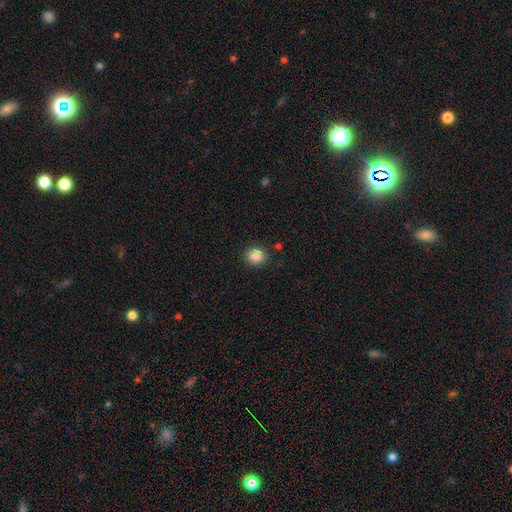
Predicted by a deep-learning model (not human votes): smooth_or_featured: smooth (p=0.85) [alt: star or artifact p=0.10]
how_rounded: round (p=0.78) [alt: in between p=0.22]
merging: none (p=0.88) [alt: minor disturbance p=0.08]